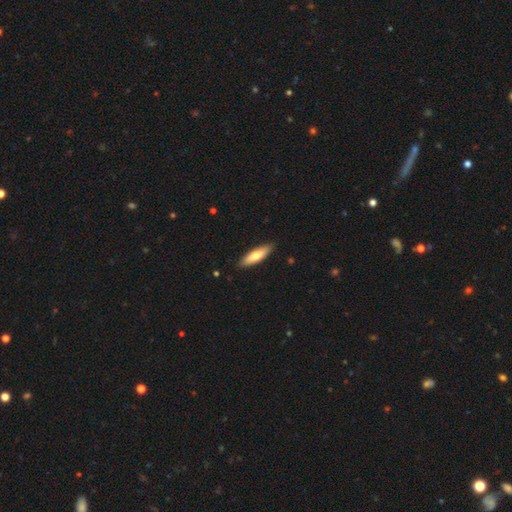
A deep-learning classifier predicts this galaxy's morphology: smooth_or_featured: smooth (p=0.71) [alt: featured or disk p=0.24]
how_rounded: cigar-shaped (p=0.60) [alt: in between p=0.38]
merging: none (p=0.89) [alt: minor disturbance p=0.08]